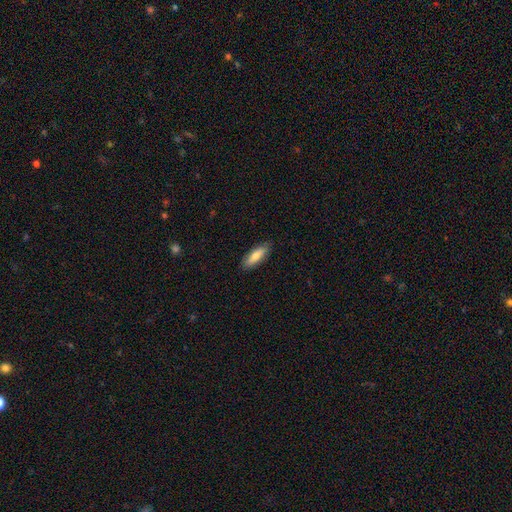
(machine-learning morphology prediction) Overall: smooth (76%). How rounded: in between (56%; cigar-shaped 42%). Merging: none (87%).